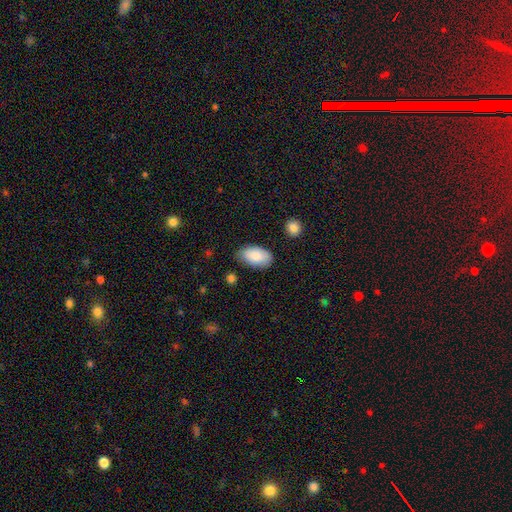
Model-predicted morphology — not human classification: This is clearly a smooth galaxy (85%). How rounded: clearly in between (95%). Merging: likely none (75%).